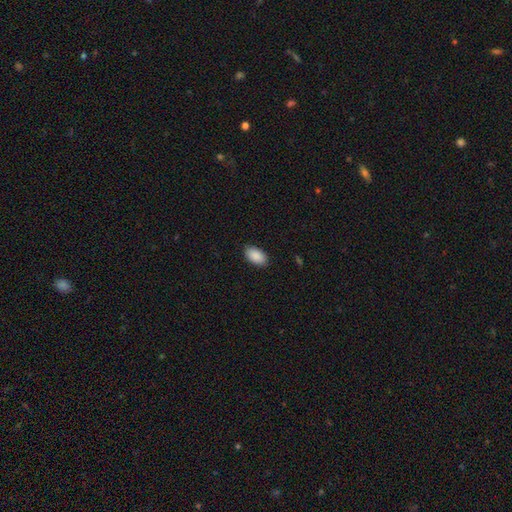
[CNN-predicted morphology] Q: Smooth or featured?
A: smooth (91%); runner-up: star or artifact (6%)
Q: How rounded?
A: in between (95%); runner-up: round (3%)
Q: Merging?
A: none (89%); runner-up: minor disturbance (8%)